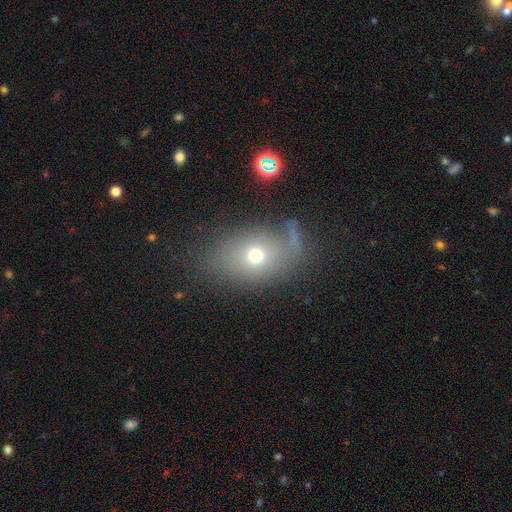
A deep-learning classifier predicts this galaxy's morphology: This appears to be a smooth galaxy with no disk features (62%) that is in between round and cigar-shaped (65%). Merging: none (64%).